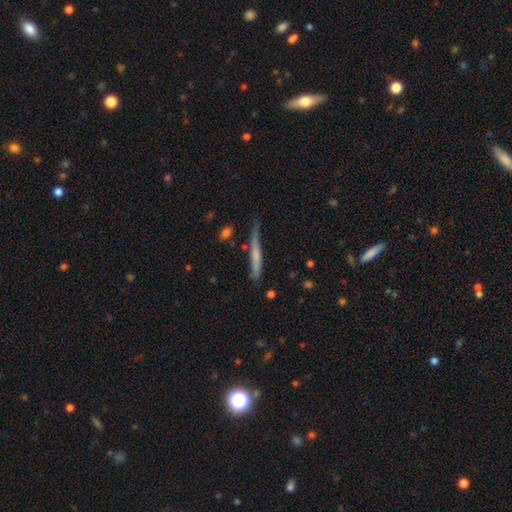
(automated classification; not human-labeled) smooth_or_featured: smooth (p=0.51) [alt: featured or disk p=0.42]
how_rounded: cigar-shaped (p=0.95) [alt: in between p=0.03]
merging: none (p=0.68) [alt: minor disturbance p=0.24]